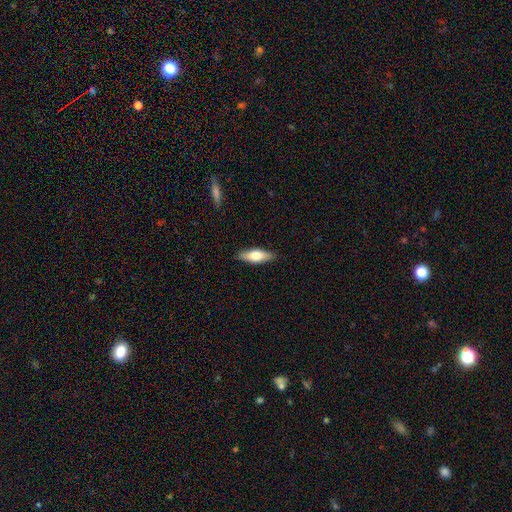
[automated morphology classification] A smooth galaxy with no disk features (62%) that is in between round and cigar-shaped (58%).

Vote fractions:
- Smooth or featured? smooth: 62% / featured or disk: 32% / star or artifact: 6%
- How rounded? in between: 58% / cigar-shaped: 40% / round: 2%
- Merging? none: 88% / minor disturbance: 9% / major disturbance: 2% / merger: 1%